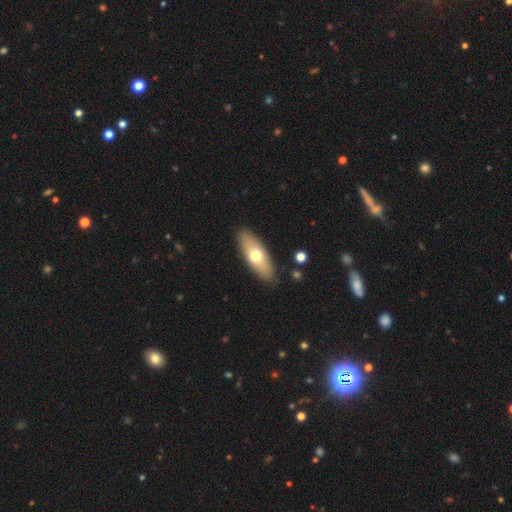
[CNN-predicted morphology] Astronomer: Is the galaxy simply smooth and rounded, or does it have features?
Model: smooth — 63%.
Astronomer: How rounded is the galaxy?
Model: in between — 69%.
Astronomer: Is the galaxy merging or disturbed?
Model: none — 88%.